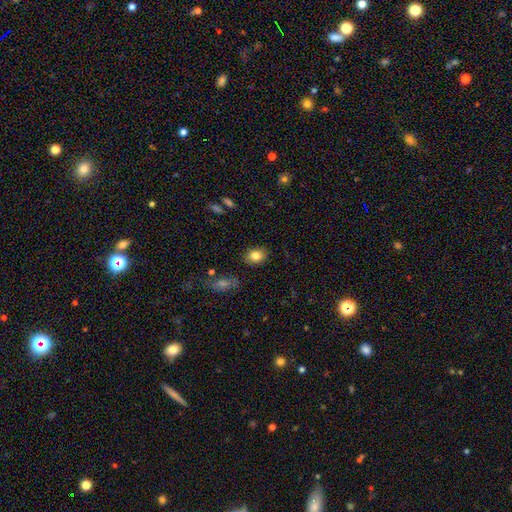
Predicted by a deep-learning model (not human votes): Overall: smooth (83%). How rounded: in between (66%; round 32%). Merging: none (86%).